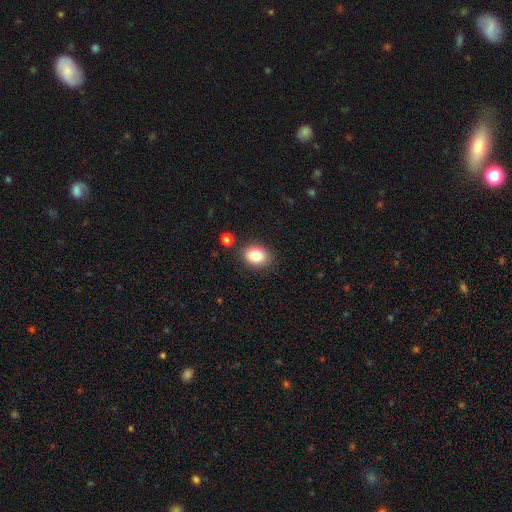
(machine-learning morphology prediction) Smooth or featured? smooth (83%)
How rounded? in between (64%)
Merging? none (82%)